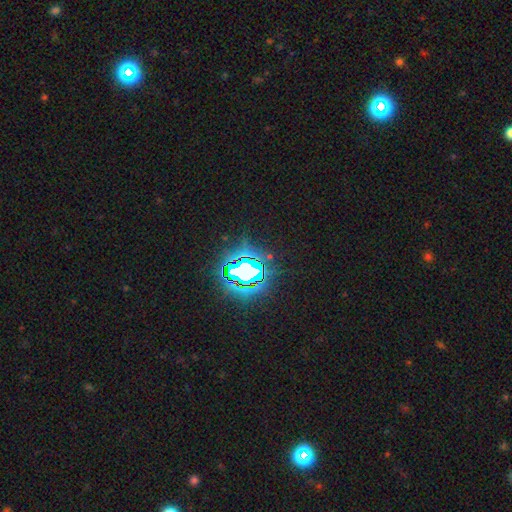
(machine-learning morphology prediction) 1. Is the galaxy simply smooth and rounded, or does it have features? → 83% star or artifact, 11% smooth, 6% featured or disk.